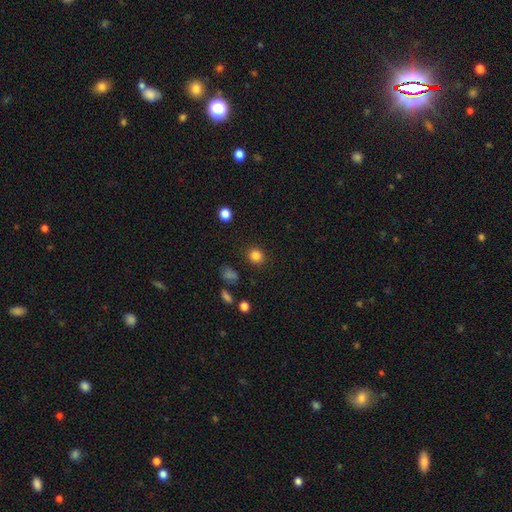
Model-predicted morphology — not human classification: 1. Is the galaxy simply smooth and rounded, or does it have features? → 84% smooth, 12% star or artifact, 4% featured or disk.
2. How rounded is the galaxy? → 84% round, 15% in between, 1% cigar-shaped.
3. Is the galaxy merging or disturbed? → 88% none, 7% minor disturbance, 3% major disturbance, 2% merger.